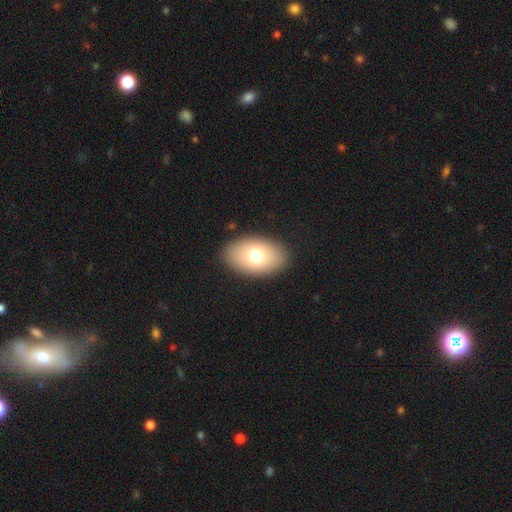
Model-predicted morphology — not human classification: smooth_or_featured: smooth (p=0.73) [alt: featured or disk p=0.17]
how_rounded: in between (p=0.89) [alt: round p=0.10]
merging: none (p=0.88) [alt: minor disturbance p=0.08]